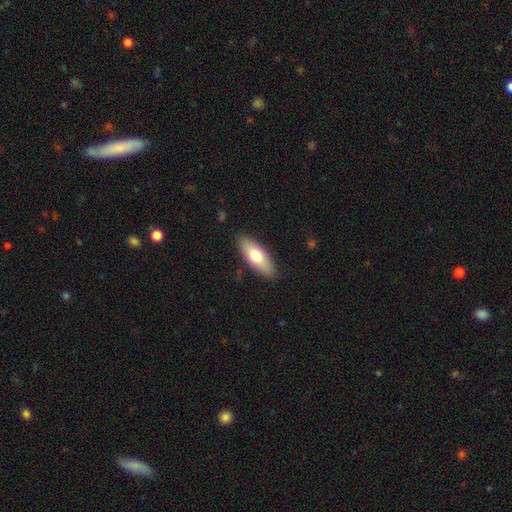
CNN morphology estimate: Smooth or featured?
  - smooth: 69% *
  - featured or disk: 25%
  - star or artifact: 6%
How rounded?
  - in between: 72% *
  - cigar-shaped: 26%
  - round: 2%
Merging?
  - none: 87% *
  - minor disturbance: 10%
  - major disturbance: 2%
  - merger: 1%